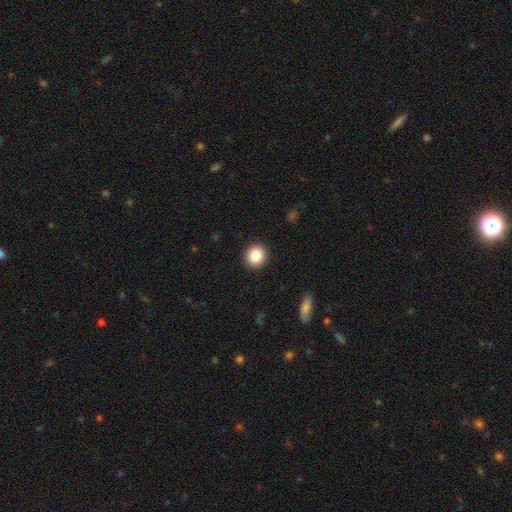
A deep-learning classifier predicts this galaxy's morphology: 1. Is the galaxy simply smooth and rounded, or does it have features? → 87% smooth, 9% star or artifact, 4% featured or disk.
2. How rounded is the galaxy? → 89% round, 10% in between, 1% cigar-shaped.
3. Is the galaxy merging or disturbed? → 92% none, 6% minor disturbance, 2% major disturbance, 1% merger.